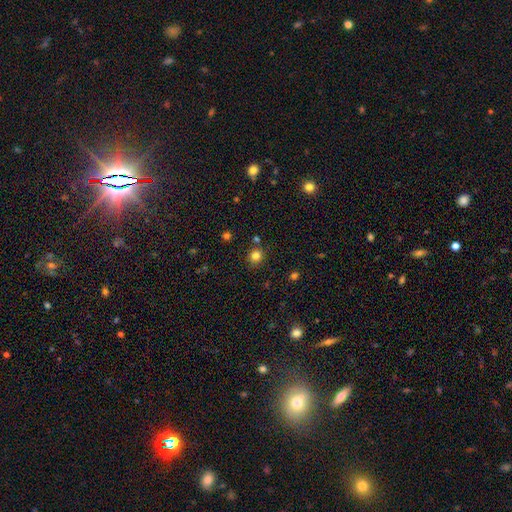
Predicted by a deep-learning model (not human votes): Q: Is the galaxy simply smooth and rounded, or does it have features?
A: smooth — 80%.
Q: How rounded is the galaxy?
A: round — 87%.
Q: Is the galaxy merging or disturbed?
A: none — 83%.